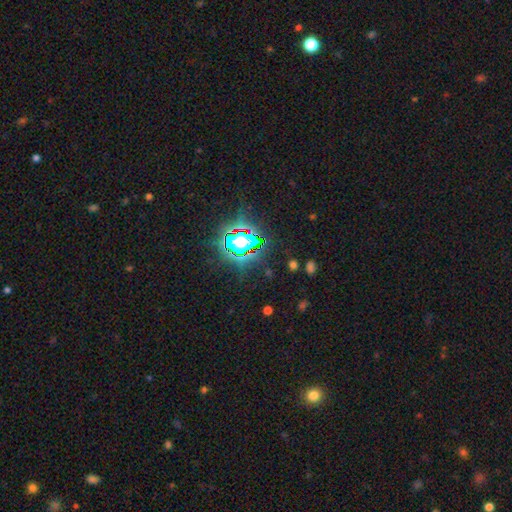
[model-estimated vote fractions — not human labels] Smooth or featured? Predicted: star or artifact (p=0.80).